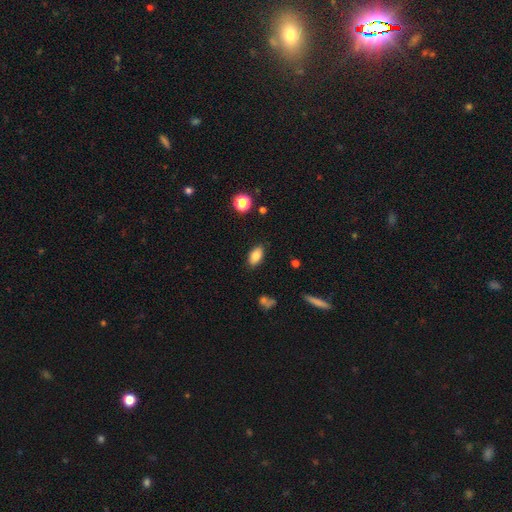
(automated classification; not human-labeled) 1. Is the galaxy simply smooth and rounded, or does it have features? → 82% smooth, 9% featured or disk, 9% star or artifact.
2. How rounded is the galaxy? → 91% in between, 5% round, 4% cigar-shaped.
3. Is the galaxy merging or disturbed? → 85% none, 11% minor disturbance, 2% major disturbance, 1% merger.